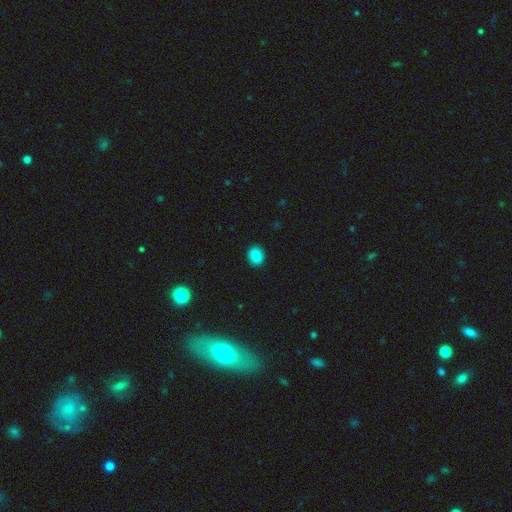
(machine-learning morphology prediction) The model was most divided on "how rounded": round: 69%, in between: 30%, cigar-shaped: 1%. More confident: merging — none (91%); smooth or featured — smooth (85%).